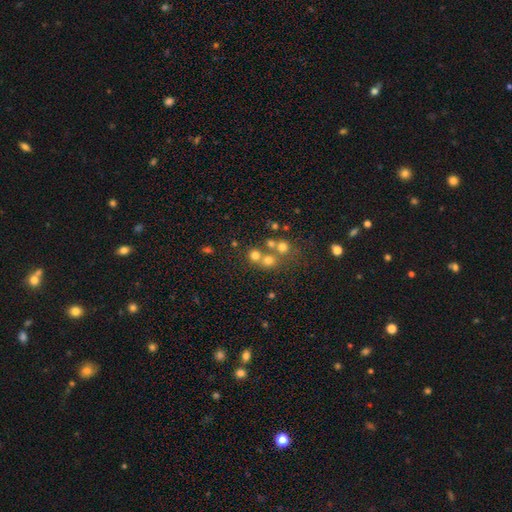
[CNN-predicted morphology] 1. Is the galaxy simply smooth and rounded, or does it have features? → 66% smooth, 21% star or artifact, 14% featured or disk.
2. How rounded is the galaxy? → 88% round, 11% in between, 1% cigar-shaped.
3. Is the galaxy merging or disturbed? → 52% none, 38% merger, 6% minor disturbance, 4% major disturbance.